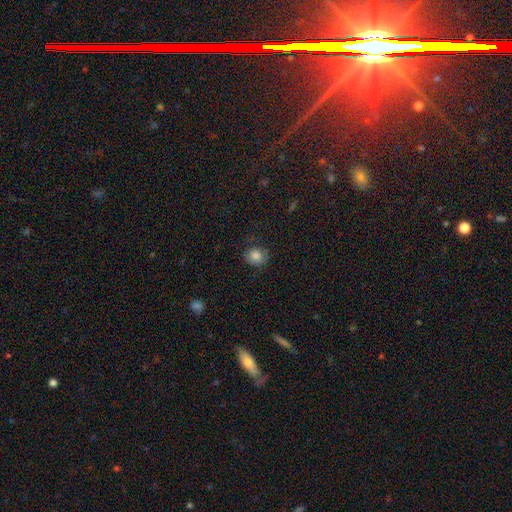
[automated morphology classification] This is clearly a smooth galaxy (82%). How rounded: likely round (76%). Merging: likely none (76%).